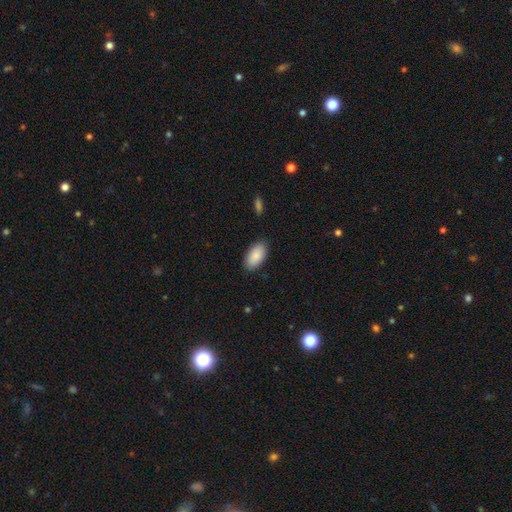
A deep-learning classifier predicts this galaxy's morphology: type=smooth (88%); roundness=in between (95%); merging=none (87%).